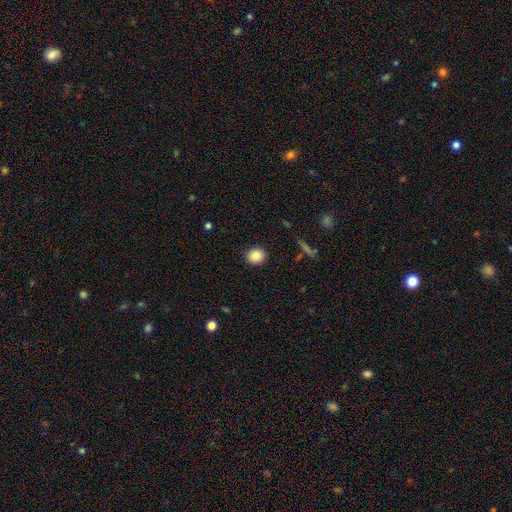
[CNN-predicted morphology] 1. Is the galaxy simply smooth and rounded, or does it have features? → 87% smooth, 9% star or artifact, 4% featured or disk.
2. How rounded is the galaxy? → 76% round, 22% in between, 1% cigar-shaped.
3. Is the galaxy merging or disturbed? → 90% none, 7% minor disturbance, 2% major disturbance, 1% merger.